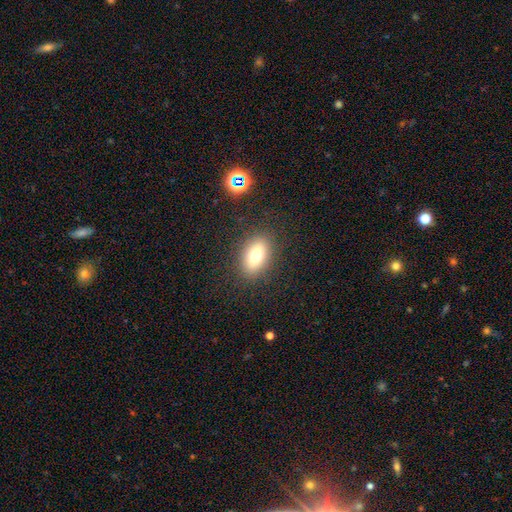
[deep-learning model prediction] The model was most divided on "smooth or featured": smooth: 74%, featured or disk: 15%, star or artifact: 11%. More confident: merging — none (86%); how rounded — in between (83%).